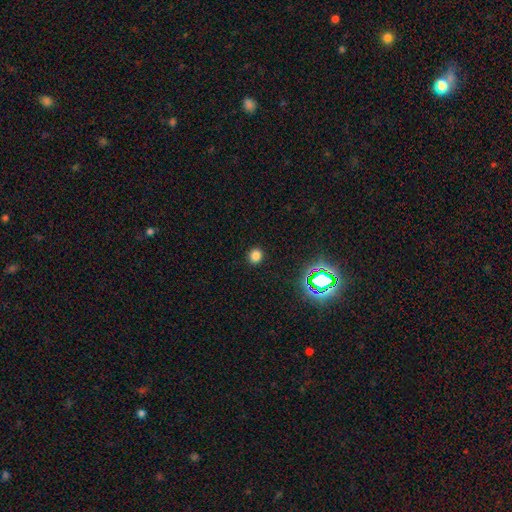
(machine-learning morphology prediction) type=smooth (78%); roundness=round (83%); merging=none (91%).